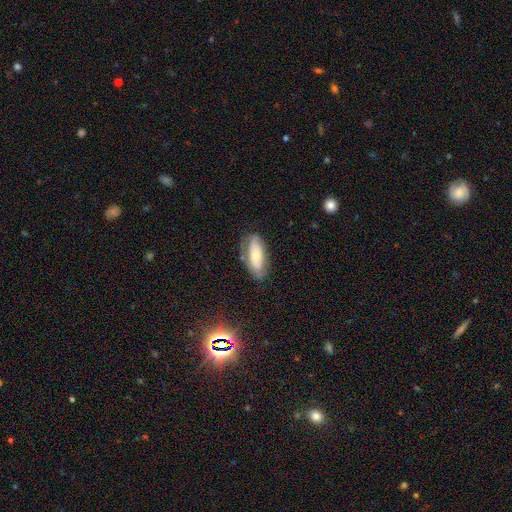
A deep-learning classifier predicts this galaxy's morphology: This is possibly a featured or disk galaxy (48%). Merging: likely none (68%).